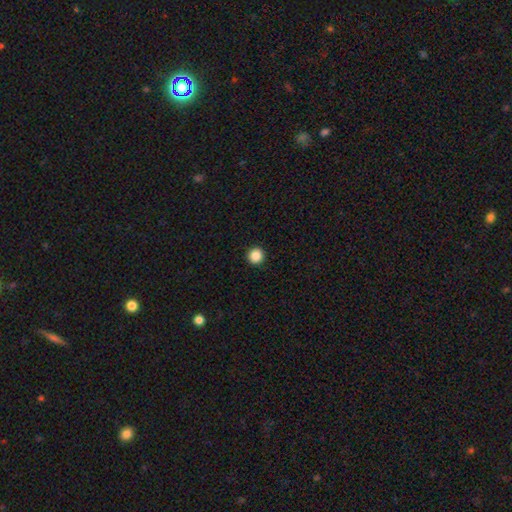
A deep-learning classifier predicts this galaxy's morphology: smooth-or-featured: smooth: 87% | star or artifact: 10% | featured or disk: 3%
  how-rounded: round: 96% | in between: 3% | cigar-shaped: 1%
  merging: none: 94% | minor disturbance: 4% | major disturbance: 1% | merger: 1%